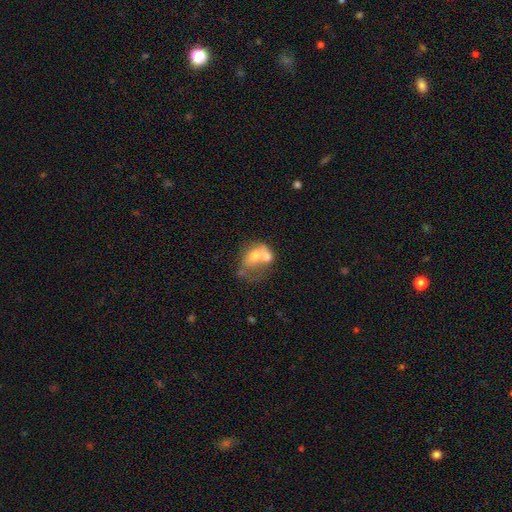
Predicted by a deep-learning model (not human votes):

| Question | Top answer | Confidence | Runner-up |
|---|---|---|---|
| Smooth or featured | smooth | 51% | featured or disk (39%) |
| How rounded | in between | 64% | round (34%) |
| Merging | merger | 61% | none (15%) |